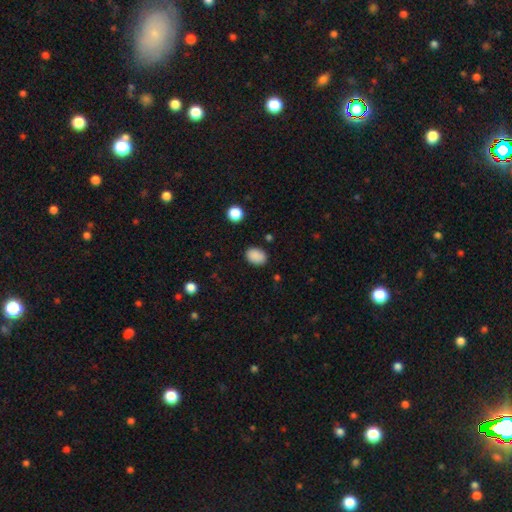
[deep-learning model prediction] This appears to be a smooth galaxy with no disk features (88%) that is in between round and cigar-shaped (72%). Merging: none (86%).